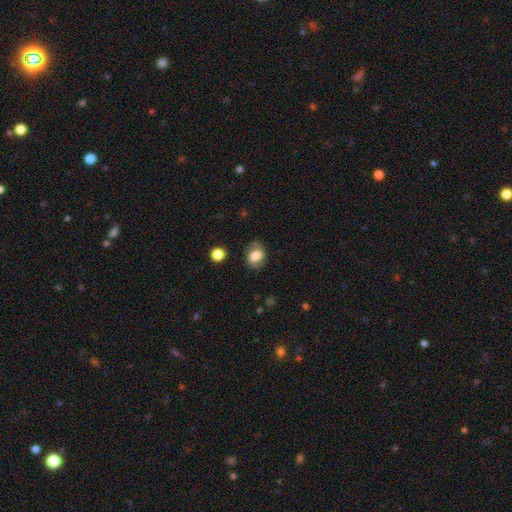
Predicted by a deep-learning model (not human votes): smooth 76%, featured or disk 15%, star or artifact 9%. Down the decision tree: how rounded — in between (60%); merging — none (74%).